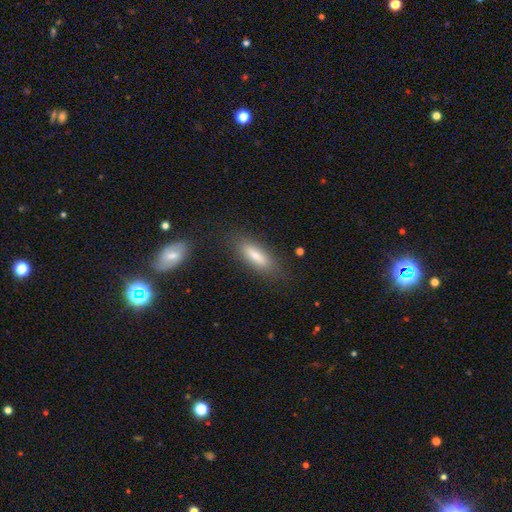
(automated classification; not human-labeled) Smooth or featured: smooth — 74% (featured or disk — 19%)
How rounded: in between — 54% (cigar-shaped — 44%)
Merging: none — 82% (minor disturbance — 12%)